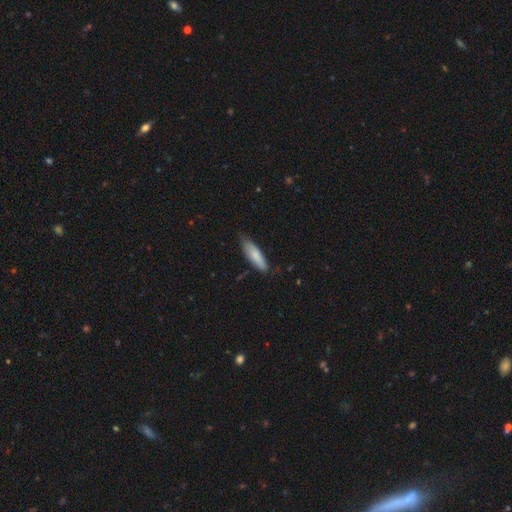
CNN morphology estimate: This is clearly a smooth galaxy (80%). How rounded: possibly cigar-shaped (54%). Merging: likely none (71%).